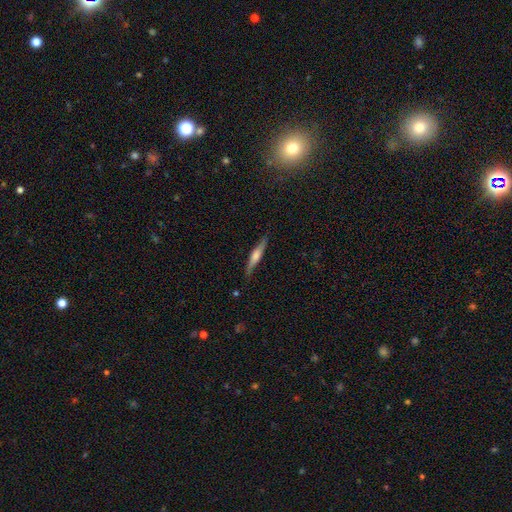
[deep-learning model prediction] Overall: featured or disk (58%; smooth 36%). Edge-on disk: yes (96%). Edge-on bulge: rounded (70%). Merging: none (85%).